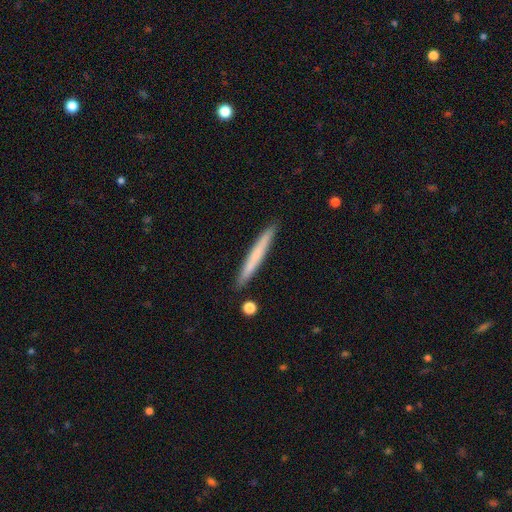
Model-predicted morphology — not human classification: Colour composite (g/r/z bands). It shows a smooth galaxy with no disk features (63%) that is cigar-shaped (97%). Merging: none (91%).